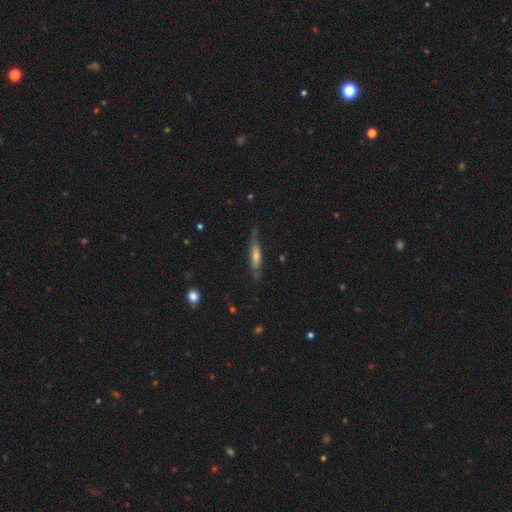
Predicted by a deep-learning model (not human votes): Overall: featured or disk (56%; smooth 36%). Edge-on disk: yes (68%; no 32%). Merging: none (68%).